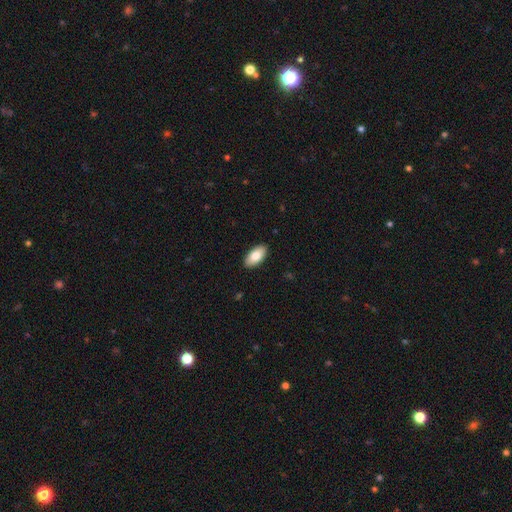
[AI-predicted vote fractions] smooth 81%, featured or disk 13%, star or artifact 6%. Down the decision tree: how rounded — in between (93%); merging — none (90%).